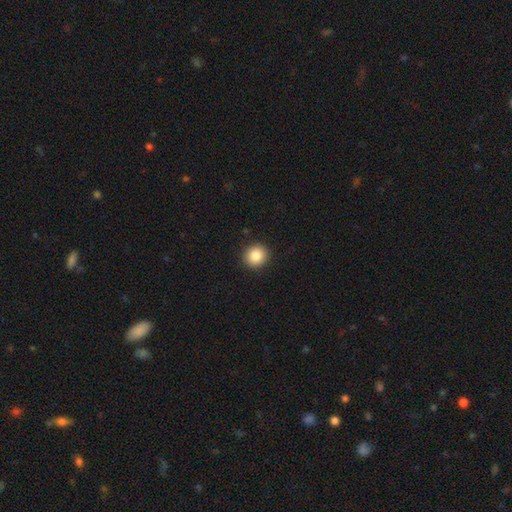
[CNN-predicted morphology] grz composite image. It shows a smooth galaxy with no disk features (86%) that is round (90%). Merging: none (92%).